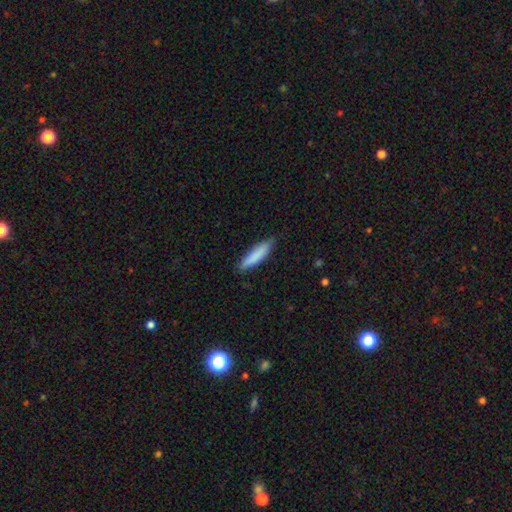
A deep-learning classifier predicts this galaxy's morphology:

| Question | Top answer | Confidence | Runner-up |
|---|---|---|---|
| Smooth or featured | smooth | 85% | featured or disk (9%) |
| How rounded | cigar-shaped | 79% | in between (20%) |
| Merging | none | 82% | minor disturbance (14%) |